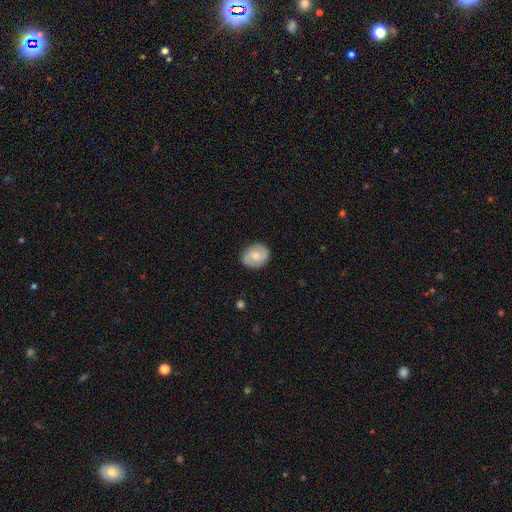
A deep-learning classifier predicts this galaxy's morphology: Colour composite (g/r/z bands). It shows a featured or disk galaxy (48%). Merging: none (85%).